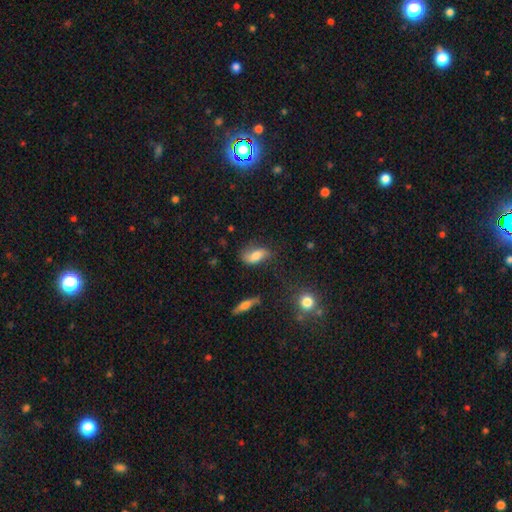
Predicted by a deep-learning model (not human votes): smooth 56%, featured or disk 35%, star or artifact 9%. Down the decision tree: how rounded — in between (85%); merging — none (61%).